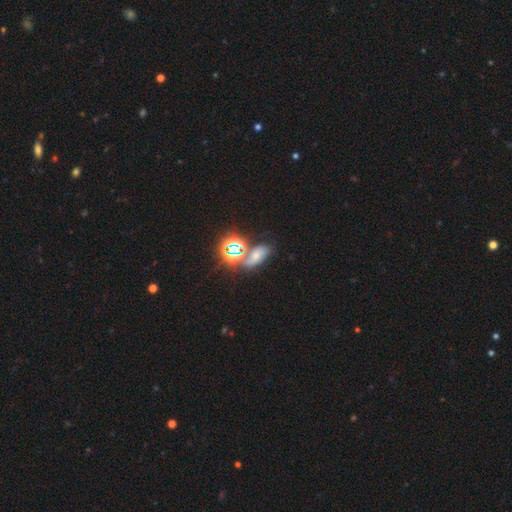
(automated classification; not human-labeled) This is marginally a smooth galaxy (42%). Merging: possibly none (52%).